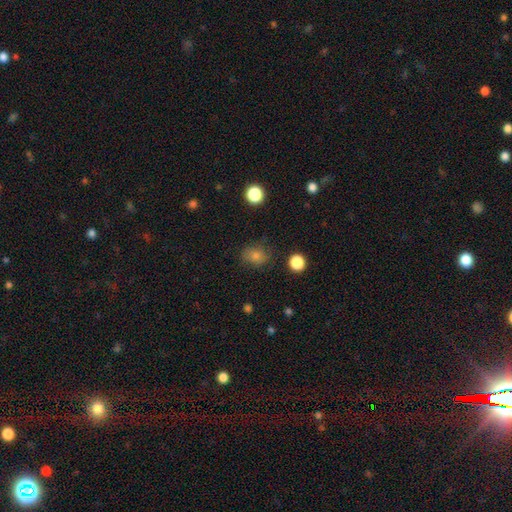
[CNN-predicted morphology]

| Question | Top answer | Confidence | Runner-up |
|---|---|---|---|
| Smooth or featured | smooth | 76% | star or artifact (16%) |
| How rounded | round | 57% | in between (42%) |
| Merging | none | 81% | minor disturbance (14%) |